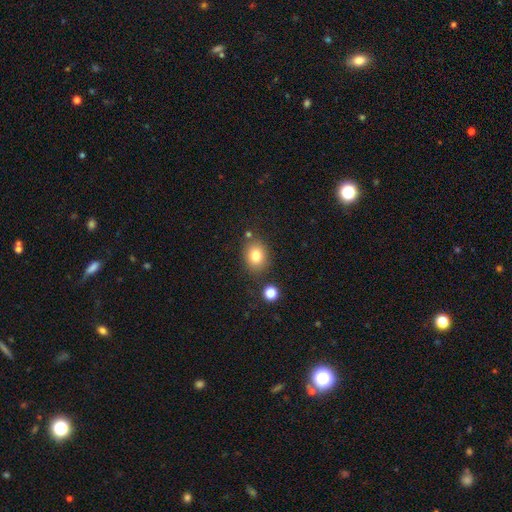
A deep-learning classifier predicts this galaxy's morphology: smooth 81%, star or artifact 11%, featured or disk 9%. Down the decision tree: how rounded — round (53%); merging — none (78%).